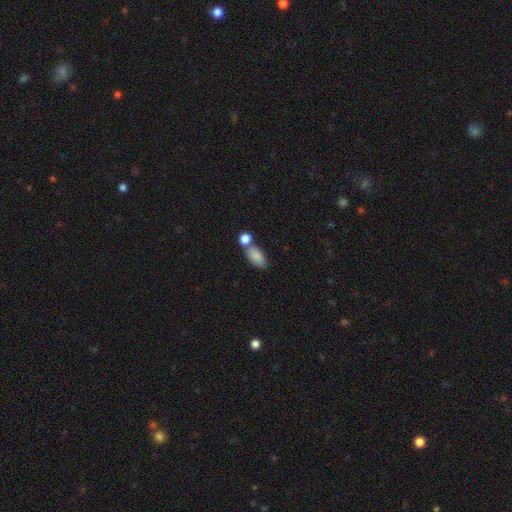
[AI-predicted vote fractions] smooth-or-featured: smooth: 85% | star or artifact: 8% | featured or disk: 7%
  how-rounded: in between: 89% | round: 6% | cigar-shaped: 5%
  merging: none: 51% | merger: 30% | minor disturbance: 14% | major disturbance: 5%